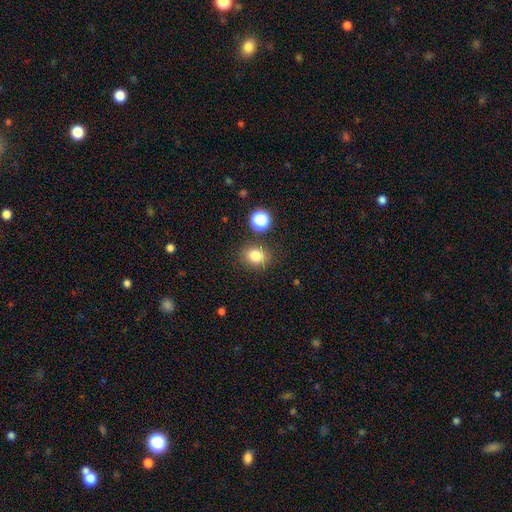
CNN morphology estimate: smooth-or-featured: smooth: 80% | star or artifact: 13% | featured or disk: 7%
  how-rounded: round: 59% | in between: 40% | cigar-shaped: 1%
  merging: none: 81% | minor disturbance: 10% | merger: 5% | major disturbance: 3%